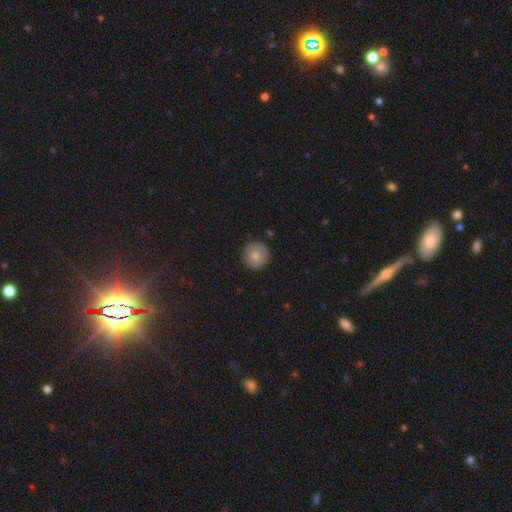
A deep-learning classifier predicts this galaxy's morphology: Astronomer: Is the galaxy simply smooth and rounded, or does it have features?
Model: smooth — 76%.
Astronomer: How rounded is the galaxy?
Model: round — 95%.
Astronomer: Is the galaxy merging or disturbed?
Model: none — 89%.